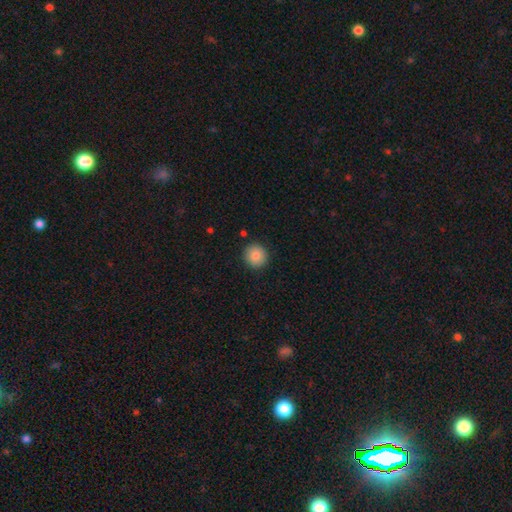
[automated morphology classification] The model was most divided on "smooth or featured": smooth: 84%, star or artifact: 9%, featured or disk: 7%. More confident: how rounded — round (93%); merging — none (91%).